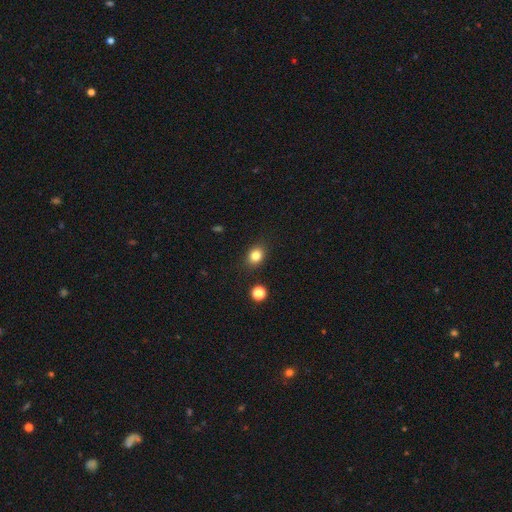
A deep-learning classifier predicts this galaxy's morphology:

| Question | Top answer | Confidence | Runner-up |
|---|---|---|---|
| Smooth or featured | smooth | 82% | star or artifact (12%) |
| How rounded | round | 55% | in between (44%) |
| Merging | none | 86% | minor disturbance (9%) |